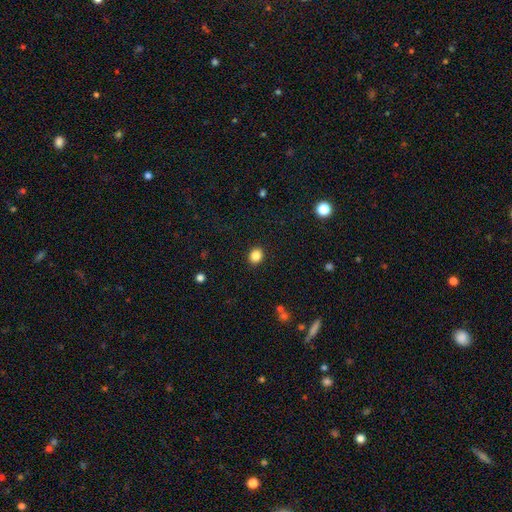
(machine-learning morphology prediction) A smooth galaxy with no disk features (85%) that is round (69%).

Vote fractions:
- Smooth or featured? smooth: 85% / star or artifact: 10% / featured or disk: 4%
- How rounded? round: 69% / in between: 30% / cigar-shaped: 1%
- Merging? none: 91% / minor disturbance: 6% / major disturbance: 2% / merger: 1%